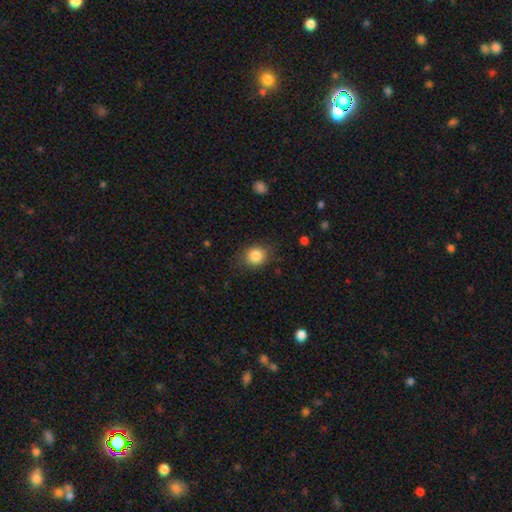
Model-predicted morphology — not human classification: A smooth galaxy with no disk features (84%) that is round (66%).

Vote fractions:
- Smooth or featured? smooth: 84% / star or artifact: 9% / featured or disk: 6%
- How rounded? round: 66% / in between: 34% / cigar-shaped: 1%
- Merging? none: 79% / minor disturbance: 15% / major disturbance: 4% / merger: 1%